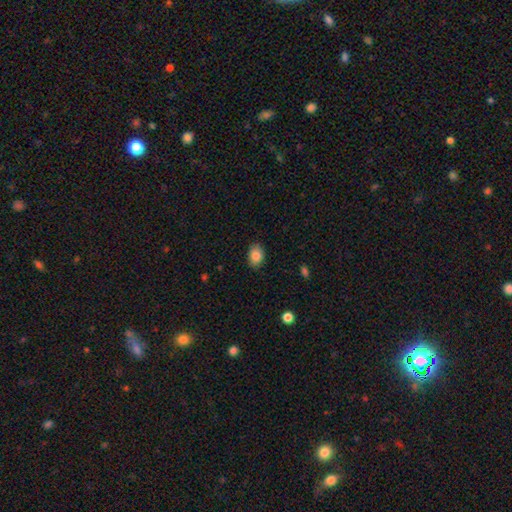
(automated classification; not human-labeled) A smooth galaxy with no disk features (86%) that is in between round and cigar-shaped (78%).

Vote fractions:
- Smooth or featured? smooth: 86% / star or artifact: 8% / featured or disk: 6%
- How rounded? in between: 78% / round: 21% / cigar-shaped: 1%
- Merging? none: 85% / minor disturbance: 11% / major disturbance: 2% / merger: 1%